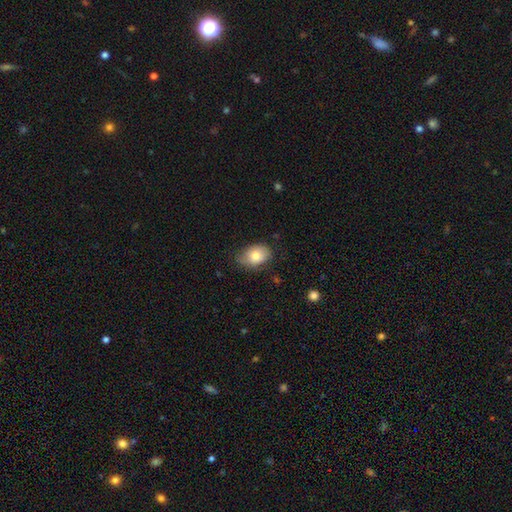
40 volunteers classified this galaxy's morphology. A smooth galaxy with no disk features (70%) that is in between round and cigar-shaped (89%).

Vote fractions:
- Smooth or featured? smooth: 70% / featured or disk: 28% / star or artifact: 2%
- How rounded? in between: 89% / round: 11% / cigar-shaped: 0%
- Merging? none: 85% / minor disturbance: 13% / merger: 3% / major disturbance: 0%